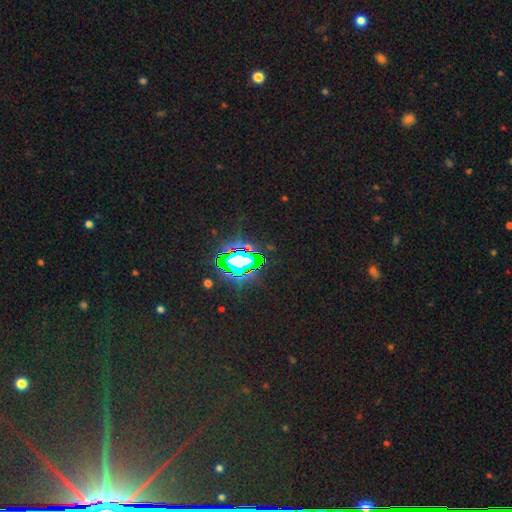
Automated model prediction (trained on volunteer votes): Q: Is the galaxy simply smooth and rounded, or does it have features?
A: star or artifact — 84%.